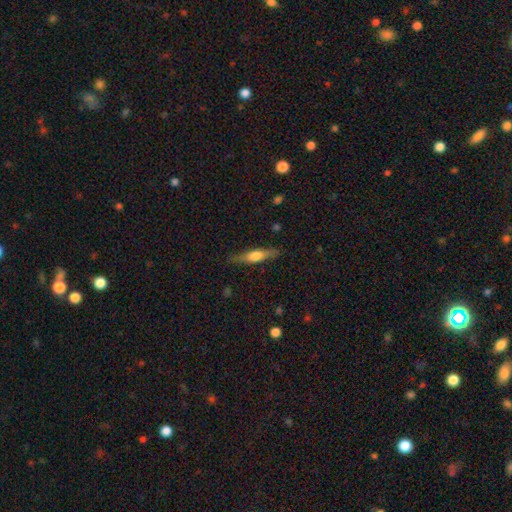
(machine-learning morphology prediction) smooth-or-featured: featured or disk: 51% | smooth: 42% | star or artifact: 6%
  disk-edge-on: yes: 93% | no: 7%
  merging: none: 83% | minor disturbance: 13% | major disturbance: 3% | merger: 1%